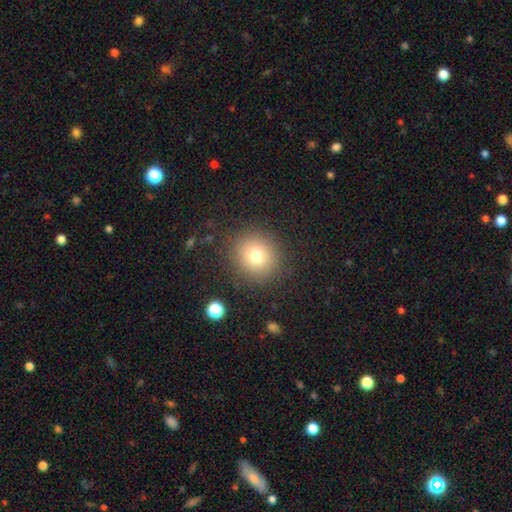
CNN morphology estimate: A smooth galaxy with no disk features (75%) that is round (90%). Merging: none (88%).